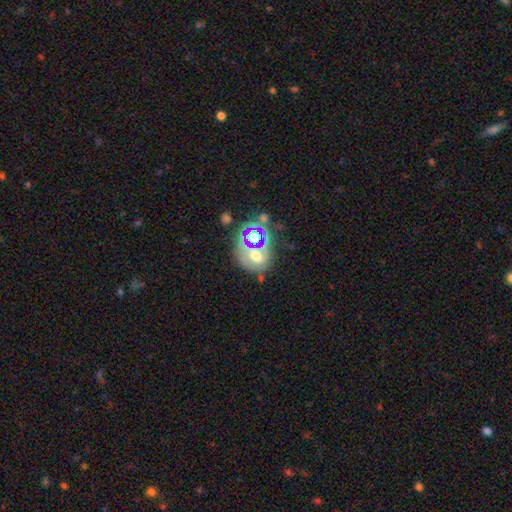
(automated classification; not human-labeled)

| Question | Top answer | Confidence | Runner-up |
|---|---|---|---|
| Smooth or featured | smooth | 39% | featured or disk (31%) |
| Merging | none | 44% | merger (23%) |